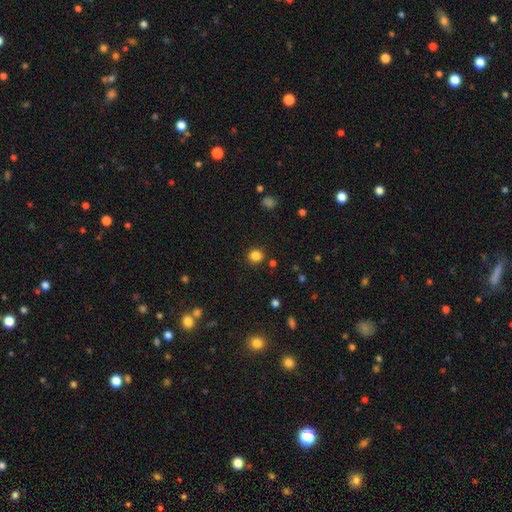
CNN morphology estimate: smooth_or_featured: smooth (p=0.83) [alt: star or artifact p=0.13]
how_rounded: round (p=0.90) [alt: in between p=0.09]
merging: none (p=0.90) [alt: minor disturbance p=0.06]